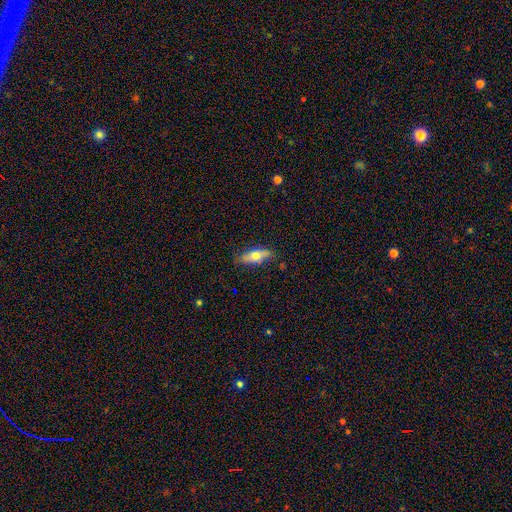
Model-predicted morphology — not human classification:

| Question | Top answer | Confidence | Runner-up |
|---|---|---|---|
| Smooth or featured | smooth | 61% | featured or disk (32%) |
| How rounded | in between | 63% | cigar-shaped (34%) |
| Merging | none | 82% | minor disturbance (14%) |